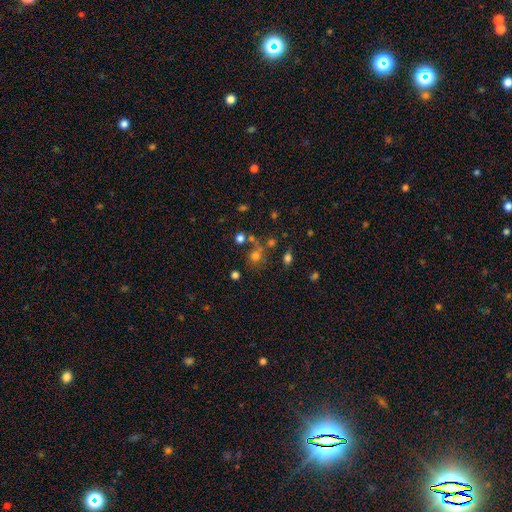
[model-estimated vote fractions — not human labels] A smooth galaxy with no disk features (65%) that is round (77%). Merging: none (53%).